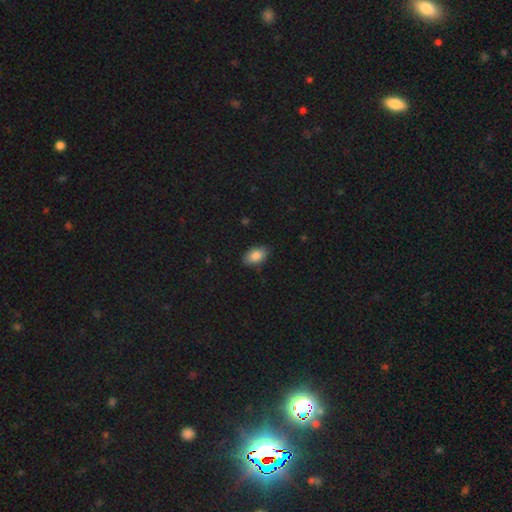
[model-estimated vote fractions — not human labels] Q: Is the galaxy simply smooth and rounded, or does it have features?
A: smooth — 86%.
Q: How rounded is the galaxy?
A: in between — 92%.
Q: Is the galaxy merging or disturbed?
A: none — 85%.